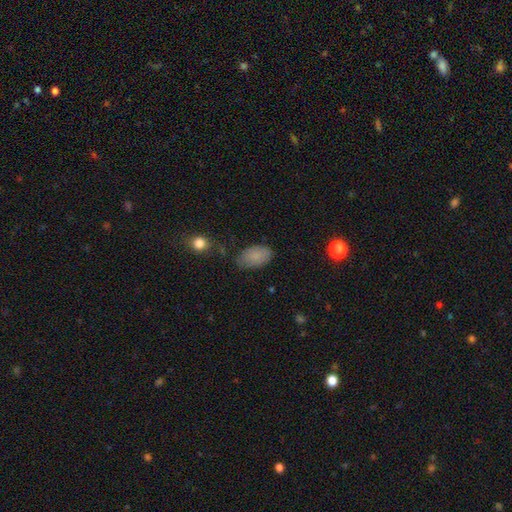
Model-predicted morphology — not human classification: Smooth or featured: smooth — 84% (star or artifact — 8%)
How rounded: in between — 93% (round — 6%)
Merging: none — 72% (minor disturbance — 20%)